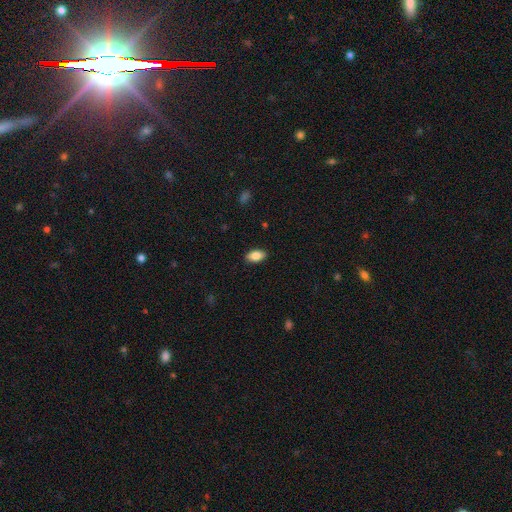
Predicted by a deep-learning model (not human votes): smooth_or_featured: smooth (p=0.86) [alt: star or artifact p=0.07]
how_rounded: in between (p=0.92) [alt: round p=0.04]
merging: none (p=0.88) [alt: minor disturbance p=0.09]